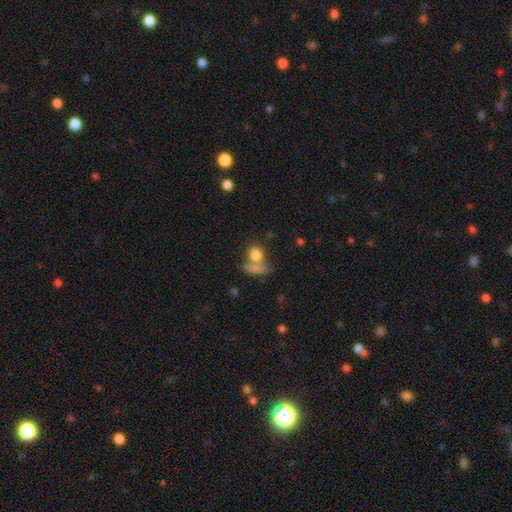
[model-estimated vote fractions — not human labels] smooth-or-featured: smooth: 80% | star or artifact: 10% | featured or disk: 10%
  how-rounded: round: 64% | in between: 32% | cigar-shaped: 4%
  merging: none: 44% | merger: 39% | minor disturbance: 11% | major disturbance: 7%